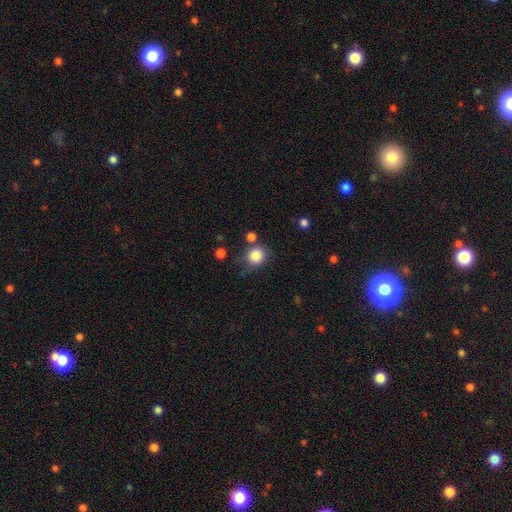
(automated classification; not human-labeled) Smooth or featured? Predicted: smooth (p=0.84). How rounded? Predicted: round (p=0.86). Merging? Predicted: none (p=0.67).